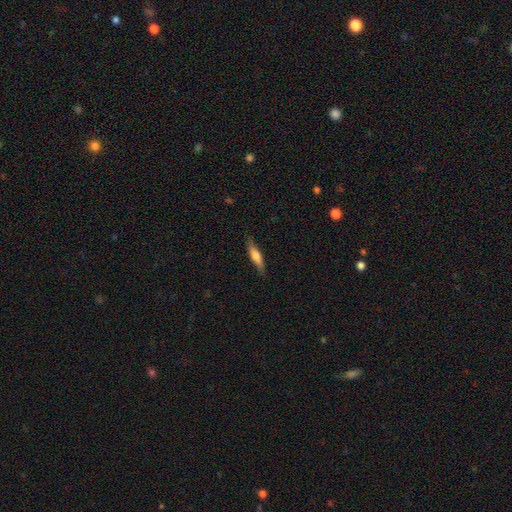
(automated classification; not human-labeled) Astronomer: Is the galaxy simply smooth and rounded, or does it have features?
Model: smooth — 58% (runner-up: featured or disk, 37%).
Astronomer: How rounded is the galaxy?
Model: cigar-shaped — 81%.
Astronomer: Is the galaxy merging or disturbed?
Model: none — 85%.